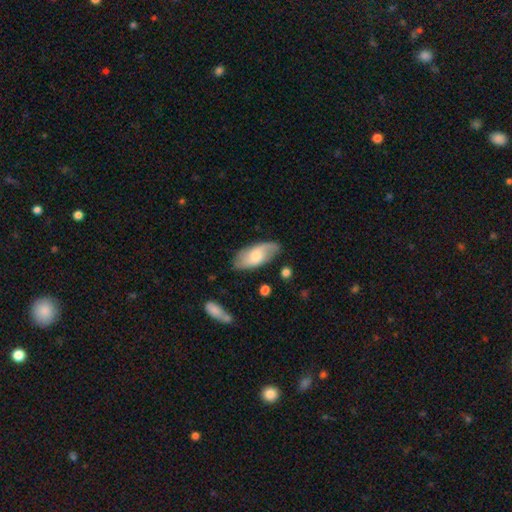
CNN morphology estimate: Smooth or featured? smooth (51%)
How rounded? in between (89%)
Merging? none (76%)